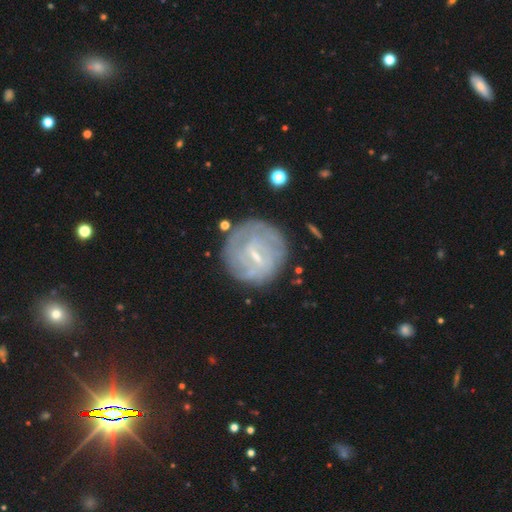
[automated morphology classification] smooth-or-featured: featured or disk: 71% | smooth: 21% | star or artifact: 8%
  disk-edge-on: no: 97% | yes: 3%
    bar: weak: 58% | strong: 25% | no: 17%
    has-spiral-arms: yes: 76% | no: 24%
      spiral-winding: tight: 64% | medium: 25% | loose: 12%
      spiral-arm-count: can't tell: 51% | 2: 24% | 3: 9% | 4: 7% | 1: 5% | more than 4: 4%
    bulge-size: small: 69% | moderate: 18% | none: 10% | large: 1% | dominant: 1%
  merging: none: 76% | minor disturbance: 15% | major disturbance: 6% | merger: 2%